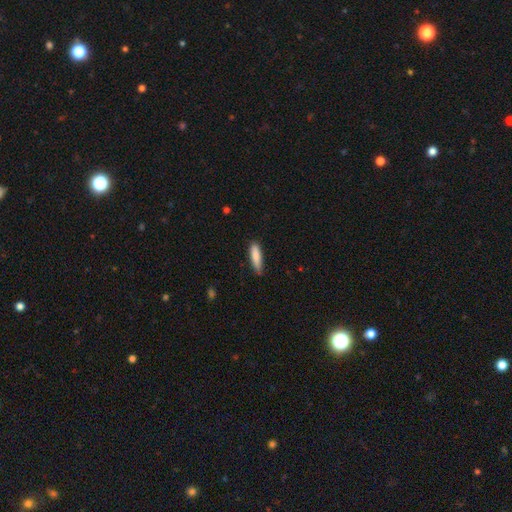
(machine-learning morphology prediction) Smooth or featured?
  - smooth: 85% *
  - featured or disk: 9%
  - star or artifact: 6%
How rounded?
  - cigar-shaped: 68% *
  - in between: 31%
  - round: 1%
Merging?
  - none: 77% *
  - minor disturbance: 19%
  - major disturbance: 3%
  - merger: 1%